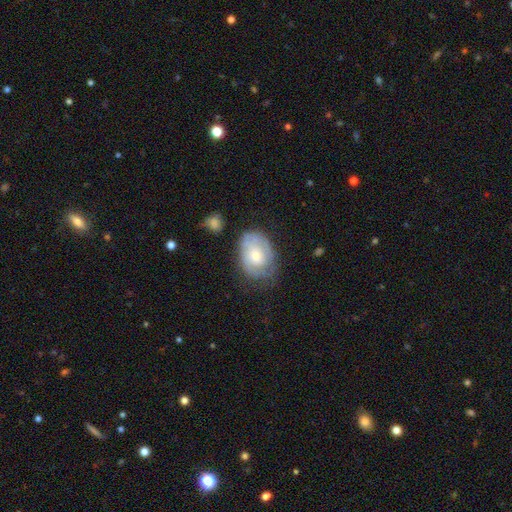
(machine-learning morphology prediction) A featured or disk galaxy (65%) with no bar (75%), tight (58%) spiral arms (84%) and a small central bulge (54%). Merging: none (61%).